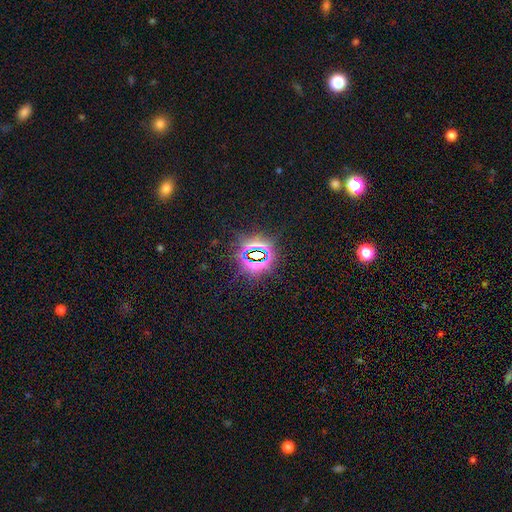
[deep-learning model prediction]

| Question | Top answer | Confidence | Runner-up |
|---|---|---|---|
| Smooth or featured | star or artifact | 80% | smooth (12%) |